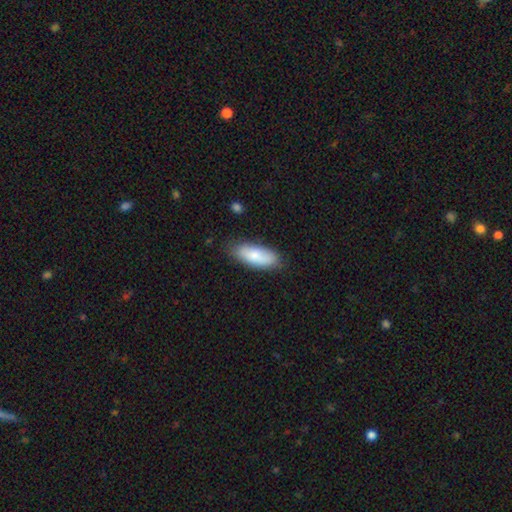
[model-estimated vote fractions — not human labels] Smooth or featured? smooth (79%)
How rounded? in between (76%)
Merging? none (80%)